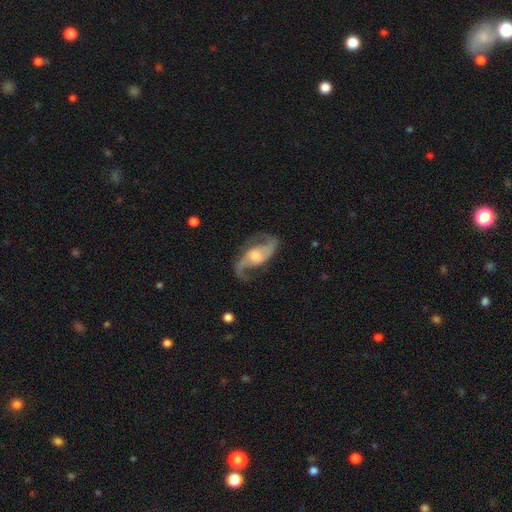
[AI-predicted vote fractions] This appears to be a featured or disk galaxy (90%) with no bar (48%), 2 (92%) loose (51%) spiral arms (97%) and a moderate central bulge (56%). Merging: none (74%).